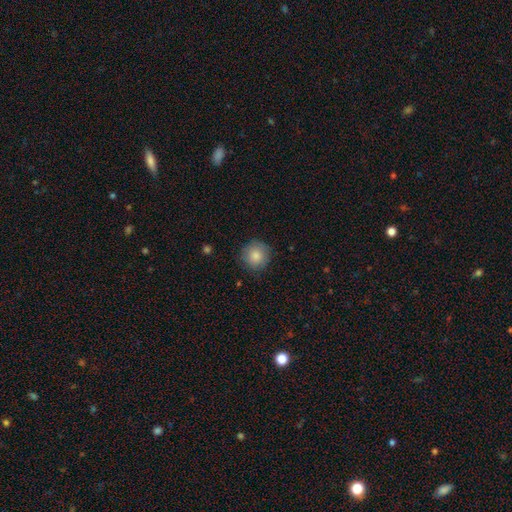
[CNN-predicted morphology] Smooth or featured? smooth (85%)
How rounded? round (94%)
Merging? none (85%)